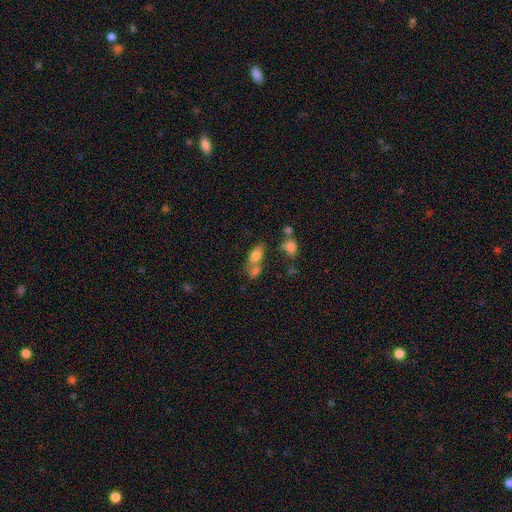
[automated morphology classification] type=smooth (72%); roundness=in between (78%); merging=merger (46%).